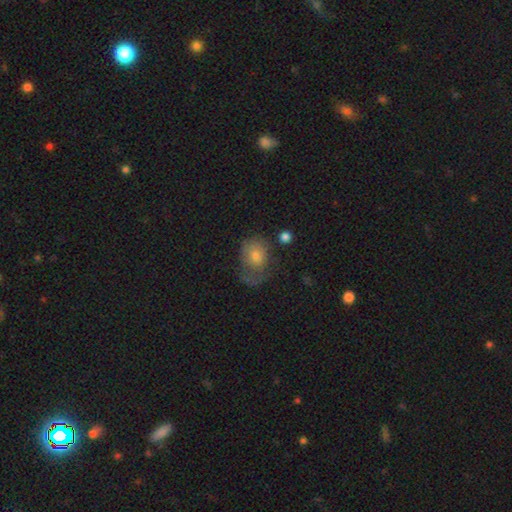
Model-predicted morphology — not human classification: This appears to be a smooth galaxy with no disk features (60%) that is in between round and cigar-shaped (57%). Merging: none (35%).